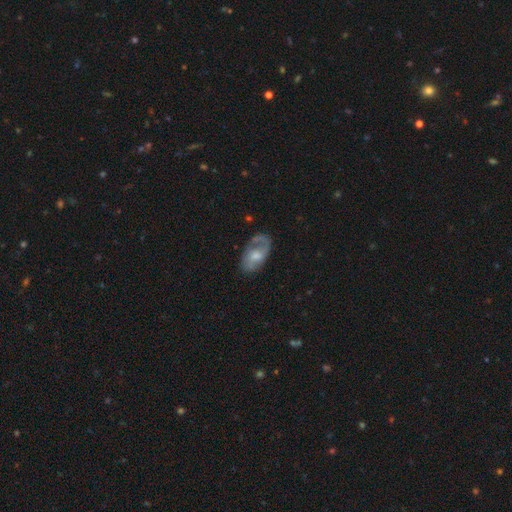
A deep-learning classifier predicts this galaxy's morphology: Smooth or featured?
  - featured or disk: 65% *
  - smooth: 29%
  - star or artifact: 6%
Edge-on disk?
  - no: 95% *
  - yes: 5%
Bar?
  - no: 56% *
  - weak: 38%
  - strong: 6%
Spiral arms?
  - yes: 81% *
  - no: 19%
Spiral winding?
  - medium: 45% *
  - loose: 32%
  - tight: 23%
Spiral arm count?
  - 2: 52% *
  - 1: 32%
  - can't tell: 12%
  - 3: 1%
  - 4: 1%
  - more than 4: 1%
Bulge size?
  - moderate: 49% *
  - small: 32%
  - large: 9%
  - none: 9%
  - dominant: 1%
Merging?
  - none: 60% *
  - minor disturbance: 22%
  - major disturbance: 15%
  - merger: 2%